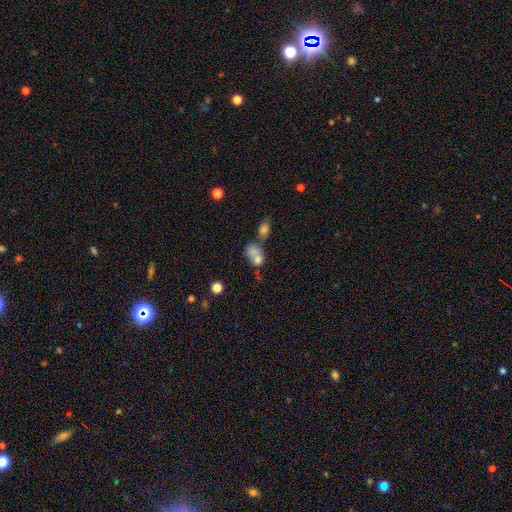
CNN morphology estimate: smooth 72%, featured or disk 17%, star or artifact 11%. Down the decision tree: how rounded — in between (58%); merging — merger (60%).